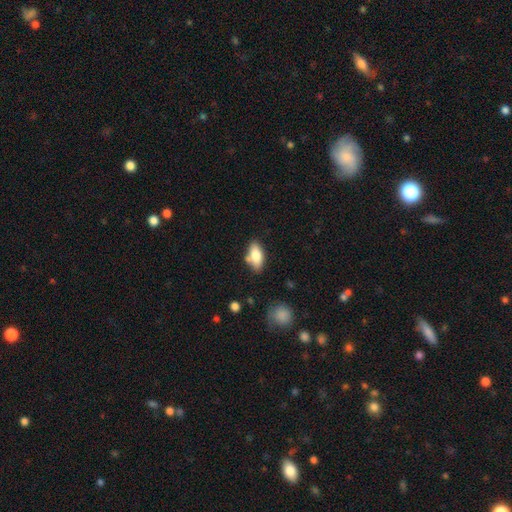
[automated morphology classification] The model was most divided on "merging": none: 71%, minor disturbance: 15%, merger: 10%, major disturbance: 3%. More confident: how rounded — in between (84%); smooth or featured — smooth (77%).